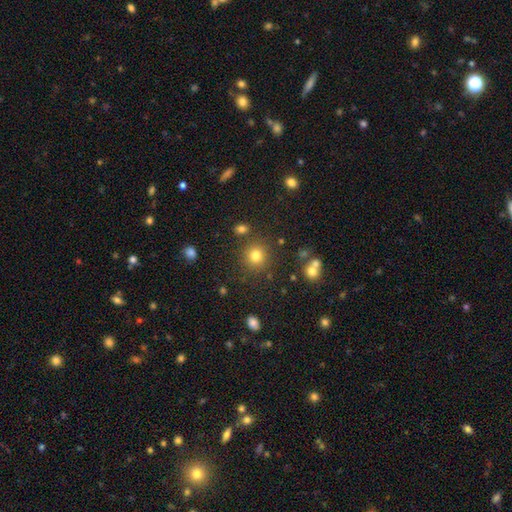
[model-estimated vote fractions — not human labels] Morphology: type=smooth (80%); roundness=round (91%); merging=none (85%).